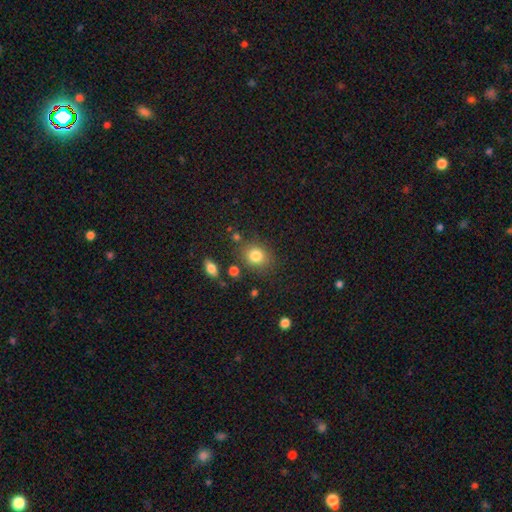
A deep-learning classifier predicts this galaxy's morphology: A smooth galaxy with no disk features (81%) that is round (63%).

Vote fractions:
- Smooth or featured? smooth: 81% / star or artifact: 11% / featured or disk: 8%
- How rounded? round: 63% / in between: 36% / cigar-shaped: 1%
- Merging? none: 78% / minor disturbance: 13% / merger: 5% / major disturbance: 4%